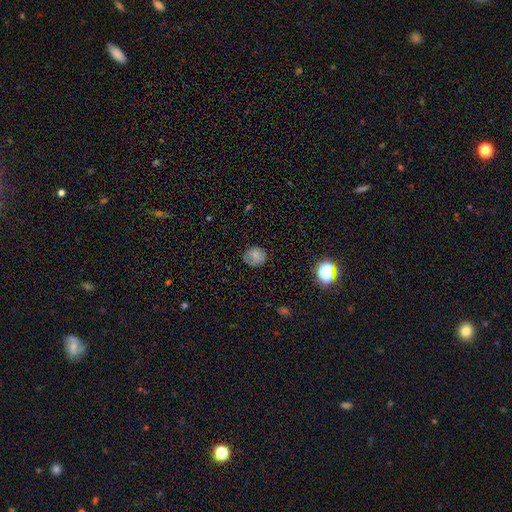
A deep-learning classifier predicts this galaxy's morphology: Smooth or featured? Predicted: smooth (p=0.70). How rounded? Predicted: round (p=0.60). Merging? Predicted: none (p=0.71).